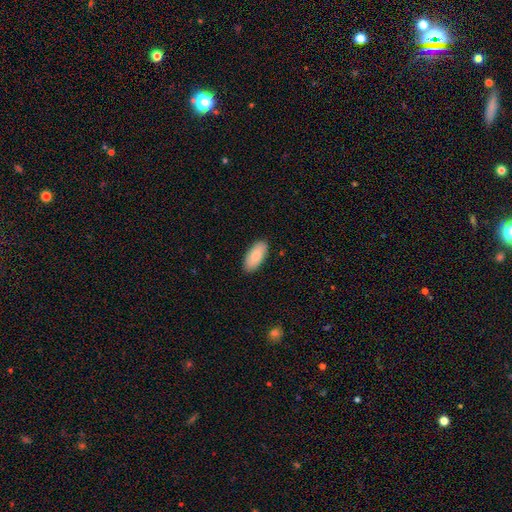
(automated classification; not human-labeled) Smooth or featured? smooth (86%)
How rounded? in between (91%)
Merging? none (89%)